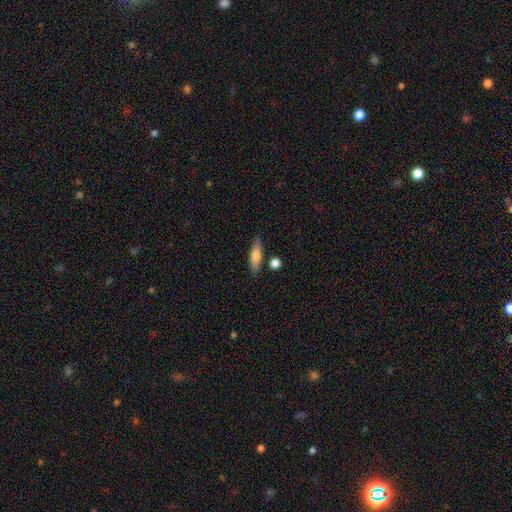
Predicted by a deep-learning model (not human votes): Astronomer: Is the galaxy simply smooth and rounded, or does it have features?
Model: smooth — 73%.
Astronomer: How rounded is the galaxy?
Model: cigar-shaped — 54% (runner-up: in between, 43%).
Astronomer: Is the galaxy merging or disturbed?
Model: none — 78%.